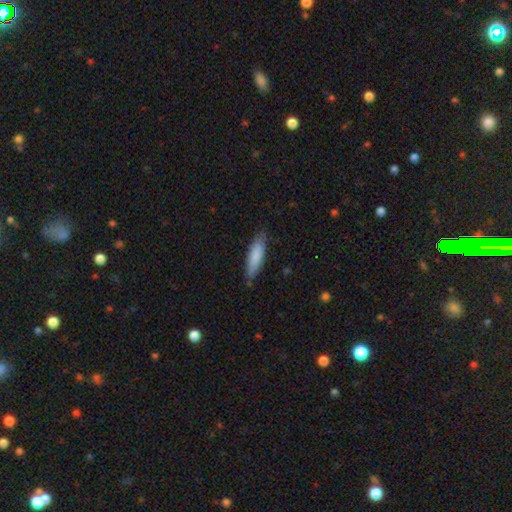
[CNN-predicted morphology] The model was most divided on "how rounded": cigar-shaped: 59%, in between: 39%, round: 1%. More confident: smooth or featured — smooth (82%); merging — none (78%).